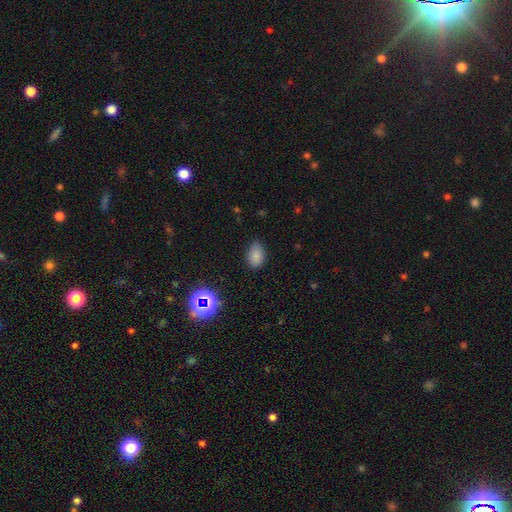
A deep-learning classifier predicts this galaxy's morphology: This appears to be a smooth galaxy with no disk features (80%) that is in between round and cigar-shaped (85%). Merging: none (79%).